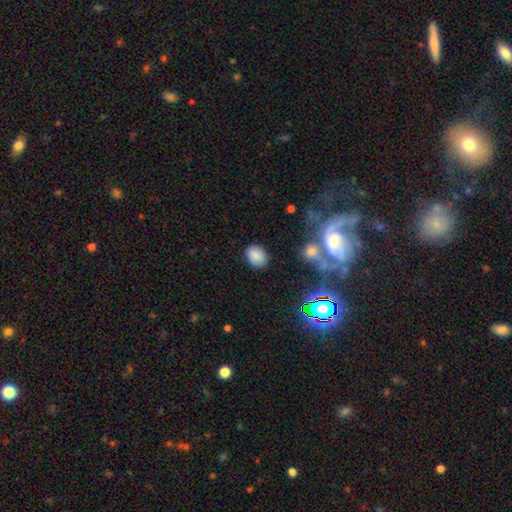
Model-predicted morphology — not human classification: This is clearly a smooth galaxy (82%). How rounded: possibly in between (59%). Merging: clearly none (83%).